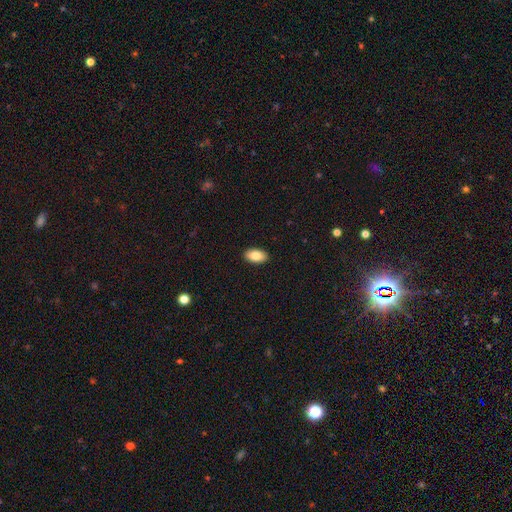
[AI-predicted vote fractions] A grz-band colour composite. It shows a smooth galaxy with no disk features (85%) that is in between round and cigar-shaped (94%). Merging: none (91%).